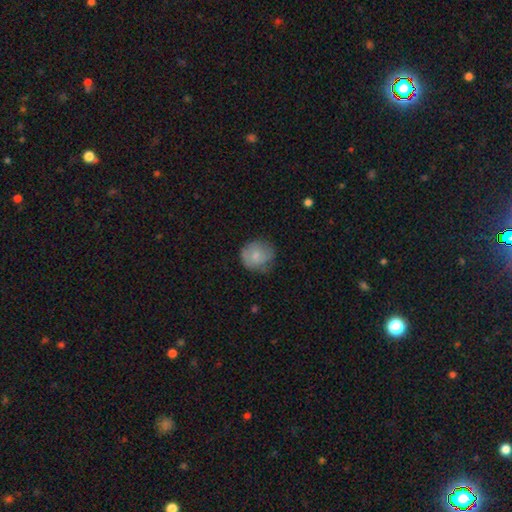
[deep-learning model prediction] smooth 74%, featured or disk 19%, star or artifact 7%. Down the decision tree: how rounded — round (86%); merging — none (66%).